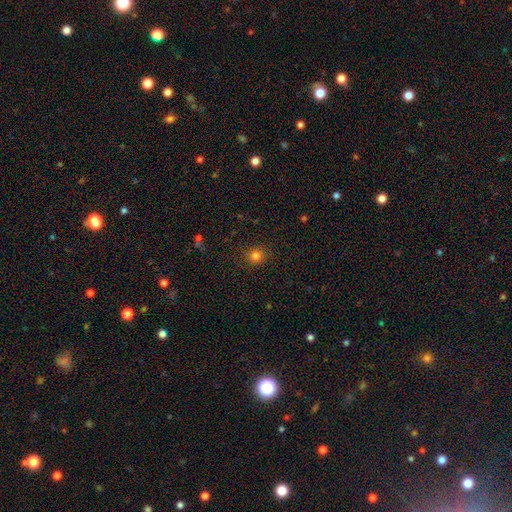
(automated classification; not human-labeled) A smooth galaxy with no disk features (81%) that is round (88%). Merging: none (89%).